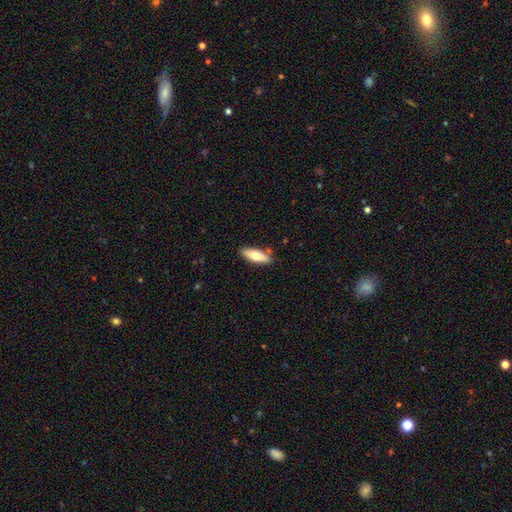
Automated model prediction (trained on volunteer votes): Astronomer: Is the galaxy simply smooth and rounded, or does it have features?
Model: smooth — 63%.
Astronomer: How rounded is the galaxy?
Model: in between — 58% (runner-up: cigar-shaped, 40%).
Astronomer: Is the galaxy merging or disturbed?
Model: none — 83%.